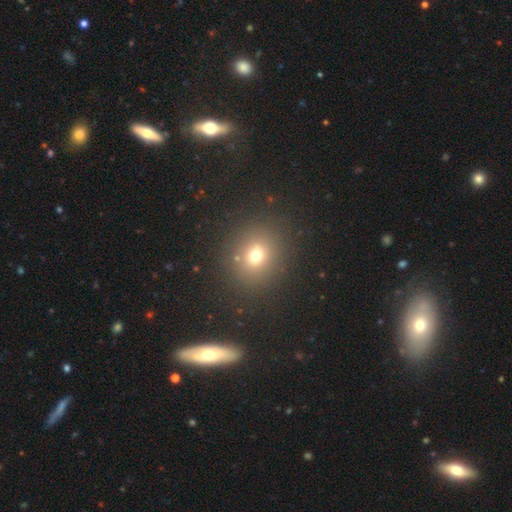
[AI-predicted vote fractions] Q: Smooth or featured?
A: smooth (69%); runner-up: star or artifact (21%)
Q: How rounded?
A: round (77%); runner-up: in between (22%)
Q: Merging?
A: none (85%); runner-up: minor disturbance (8%)